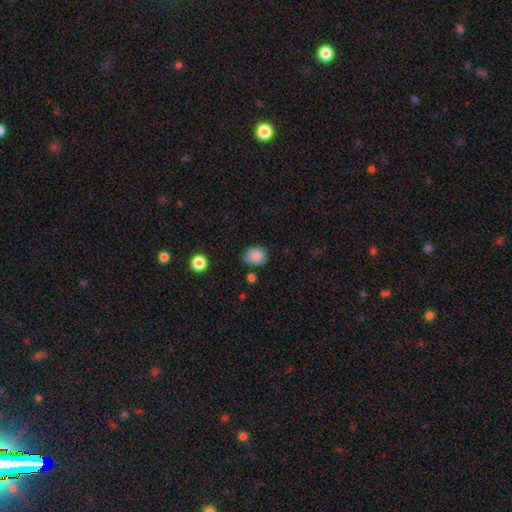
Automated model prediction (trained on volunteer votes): Smooth or featured: smooth — 87% (star or artifact — 9%)
How rounded: round — 54% (in between — 45%)
Merging: none — 76% (minor disturbance — 17%)